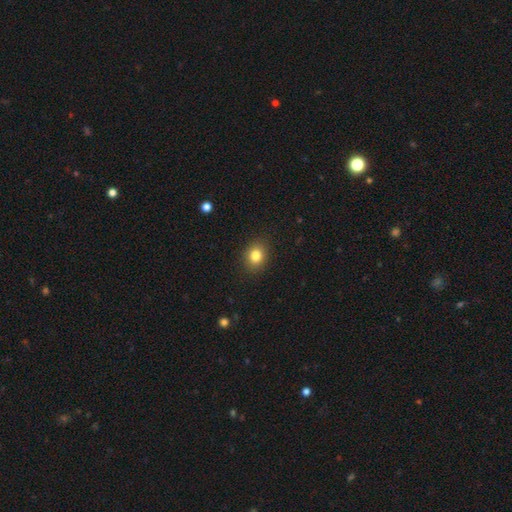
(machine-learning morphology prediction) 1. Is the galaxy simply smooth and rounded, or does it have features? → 82% smooth, 11% star or artifact, 7% featured or disk.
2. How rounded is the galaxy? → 57% round, 42% in between, 1% cigar-shaped.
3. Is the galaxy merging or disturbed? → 88% none, 8% minor disturbance, 2% major disturbance, 1% merger.